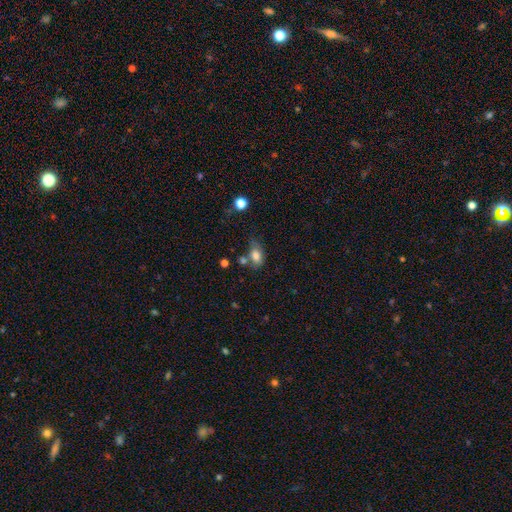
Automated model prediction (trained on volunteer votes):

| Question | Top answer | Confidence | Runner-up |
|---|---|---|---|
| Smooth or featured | smooth | 78% | featured or disk (13%) |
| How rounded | in between | 83% | round (15%) |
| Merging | none | 42% | minor disturbance (29%) |